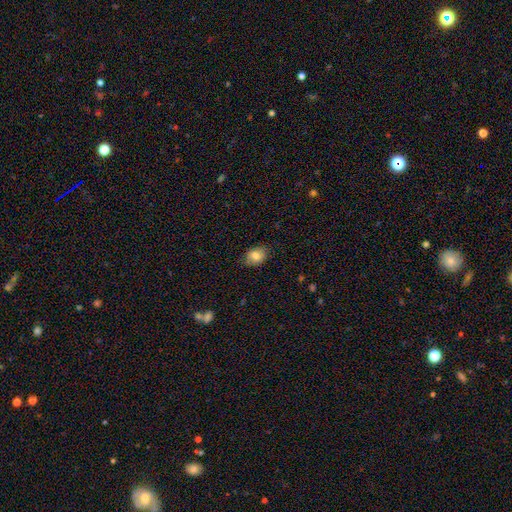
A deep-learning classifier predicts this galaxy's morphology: Smooth or featured: smooth — 83% (featured or disk — 9%)
How rounded: in between — 67% (round — 32%)
Merging: none — 83% (minor disturbance — 14%)